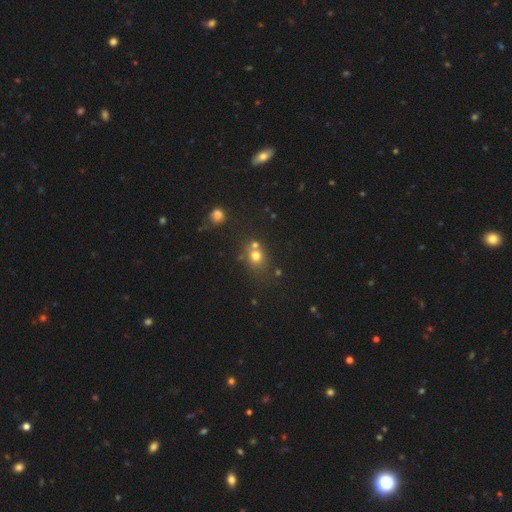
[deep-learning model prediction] Overall: smooth (72%). How rounded: round (74%). Merging: none (56%; merger 28%).